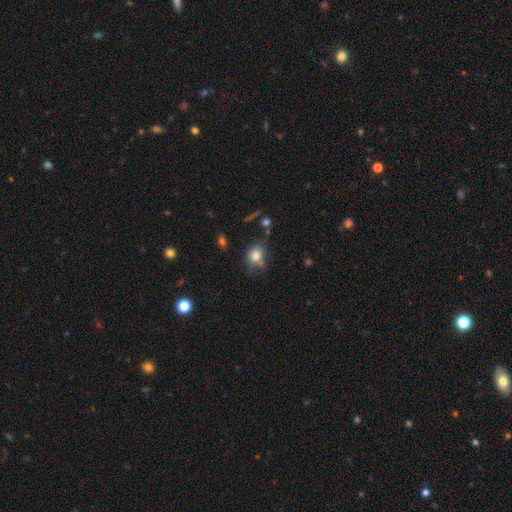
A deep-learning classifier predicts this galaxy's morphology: Q: Smooth or featured?
A: smooth (79%); runner-up: star or artifact (11%)
Q: How rounded?
A: round (54%); runner-up: in between (45%)
Q: Merging?
A: none (57%); runner-up: minor disturbance (26%)